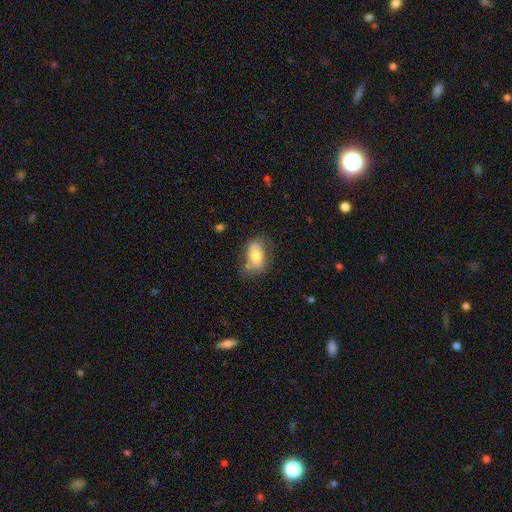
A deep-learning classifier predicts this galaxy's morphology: Smooth or featured: smooth — 66% (featured or disk — 27%)
How rounded: in between — 85% (round — 14%)
Merging: none — 59% (minor disturbance — 28%)